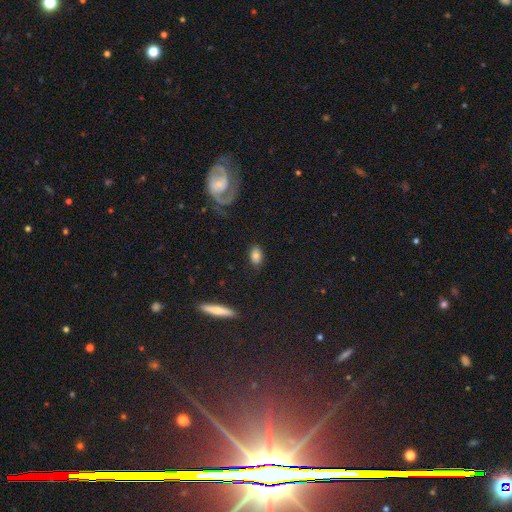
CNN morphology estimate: This is clearly a smooth galaxy (80%). How rounded: clearly in between (87%). Merging: clearly none (84%).